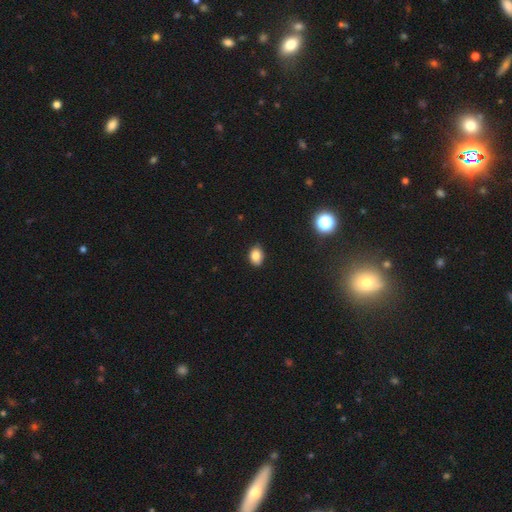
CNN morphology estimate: Smooth or featured? Predicted: smooth (p=0.83). How rounded? Predicted: in between (p=0.72). Merging? Predicted: none (p=0.84).